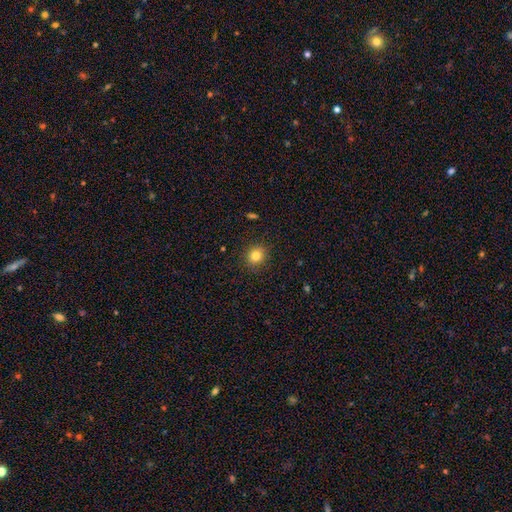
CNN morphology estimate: A smooth galaxy with no disk features (82%) that is round (85%).

Vote fractions:
- Smooth or featured? smooth: 82% / star or artifact: 12% / featured or disk: 7%
- How rounded? round: 85% / in between: 14% / cigar-shaped: 1%
- Merging? none: 90% / minor disturbance: 7% / major disturbance: 2% / merger: 1%